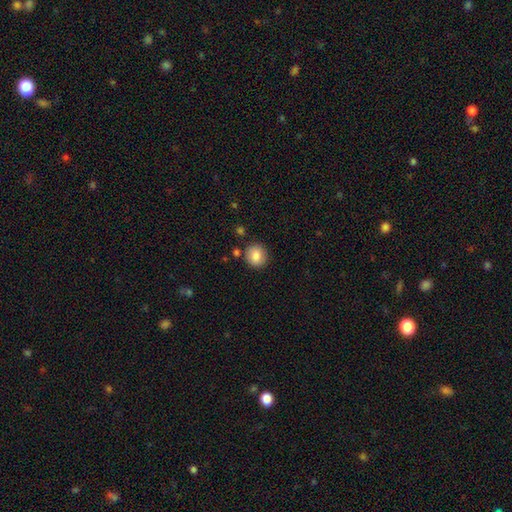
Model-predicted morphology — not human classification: smooth_or_featured: smooth (p=0.85) [alt: star or artifact p=0.09]
how_rounded: round (p=0.85) [alt: in between p=0.14]
merging: none (p=0.84) [alt: minor disturbance p=0.09]